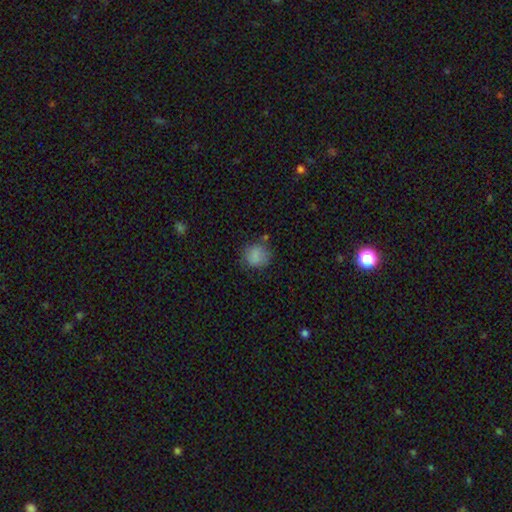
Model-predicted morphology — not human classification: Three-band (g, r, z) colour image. It shows a smooth galaxy with no disk features (81%) that is round (83%). Merging: none (68%).